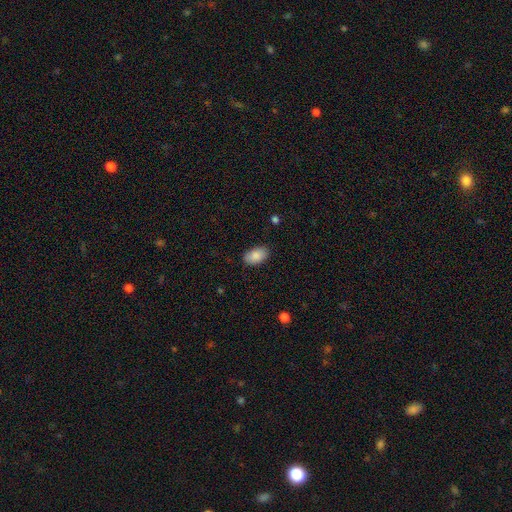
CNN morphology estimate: A smooth galaxy with no disk features (87%) that is in between round and cigar-shaped (94%). Merging: none (86%).